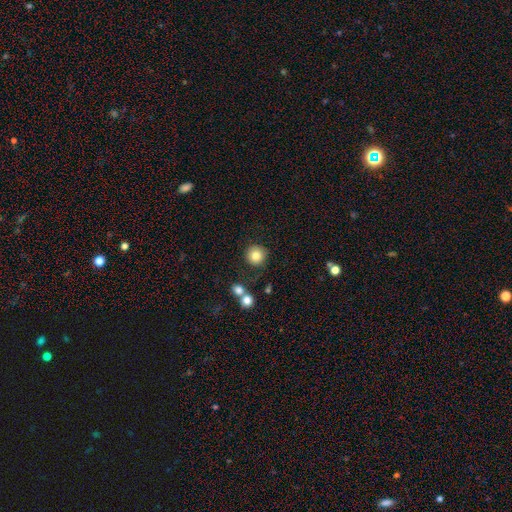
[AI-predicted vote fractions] This appears to be a smooth galaxy with no disk features (83%) that is round (94%). Merging: none (81%).